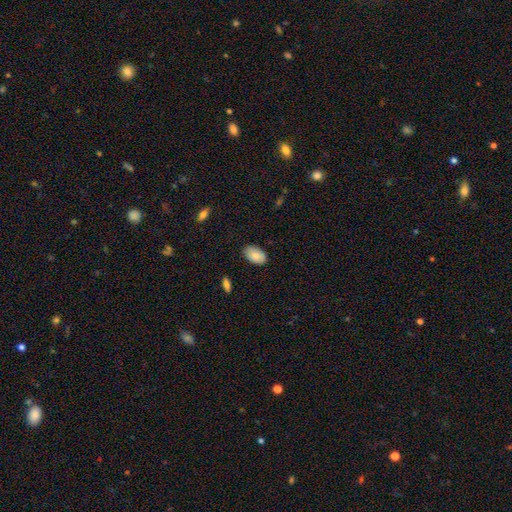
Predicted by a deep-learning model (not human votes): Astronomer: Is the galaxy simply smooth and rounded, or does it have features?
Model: smooth — 83%.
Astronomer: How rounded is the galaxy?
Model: in between — 93%.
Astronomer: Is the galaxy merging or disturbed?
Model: none — 83%.